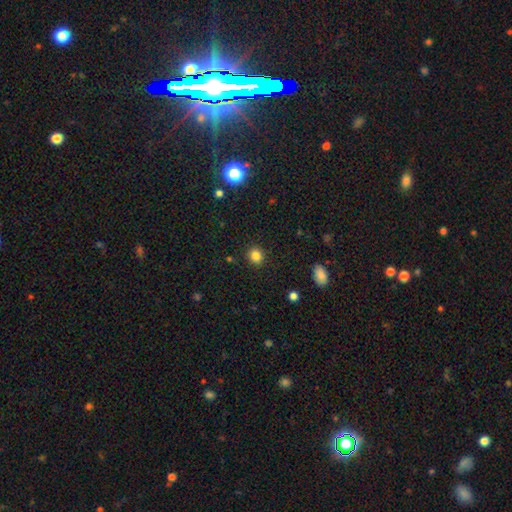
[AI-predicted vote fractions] Overall: smooth (84%). How rounded: round (82%). Merging: none (90%).